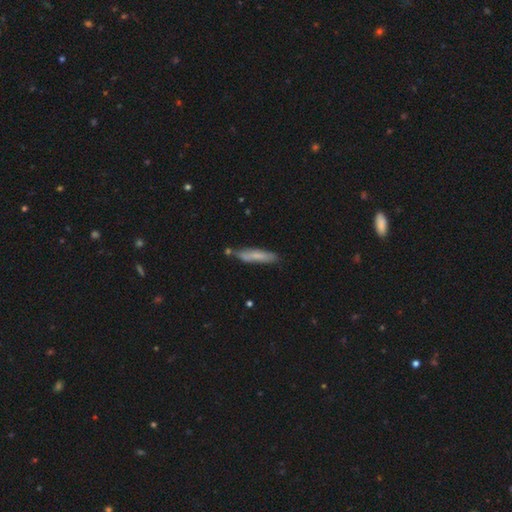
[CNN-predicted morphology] Smooth or featured?
  - smooth: 70% *
  - featured or disk: 23%
  - star or artifact: 7%
How rounded?
  - cigar-shaped: 86% *
  - in between: 13%
  - round: 1%
Merging?
  - none: 72% *
  - minor disturbance: 17%
  - merger: 8%
  - major disturbance: 3%